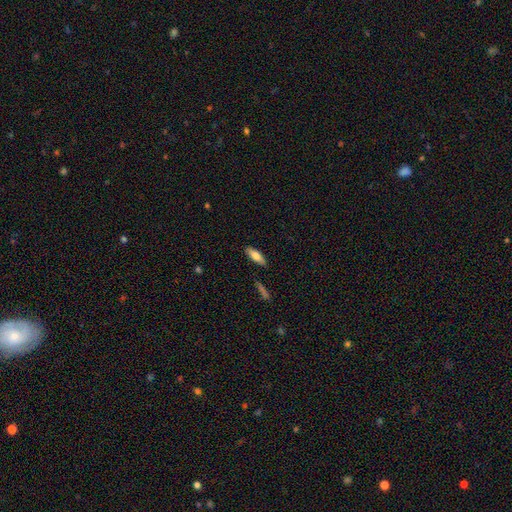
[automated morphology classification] Q: Smooth or featured?
A: smooth (72%); runner-up: featured or disk (22%)
Q: How rounded?
A: in between (62%); runner-up: cigar-shaped (36%)
Q: Merging?
A: none (85%); runner-up: minor disturbance (10%)